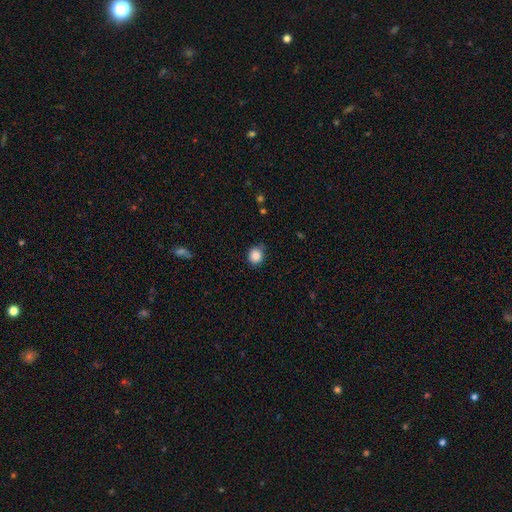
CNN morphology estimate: Q: Smooth or featured?
A: smooth (86%); runner-up: star or artifact (10%)
Q: How rounded?
A: round (79%); runner-up: in between (20%)
Q: Merging?
A: none (79%); runner-up: minor disturbance (15%)